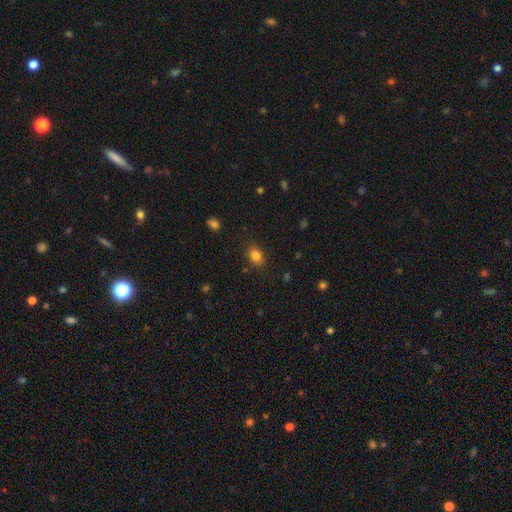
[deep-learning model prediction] The model was most divided on "how rounded": in between: 75%, round: 23%, cigar-shaped: 2%. More confident: merging — none (83%); smooth or featured — smooth (82%).